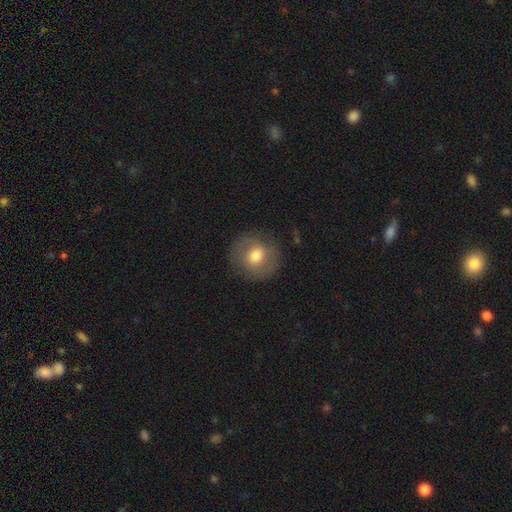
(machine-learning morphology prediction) smooth 66%, featured or disk 26%, star or artifact 8%. Down the decision tree: how rounded — round (88%); merging — none (83%).